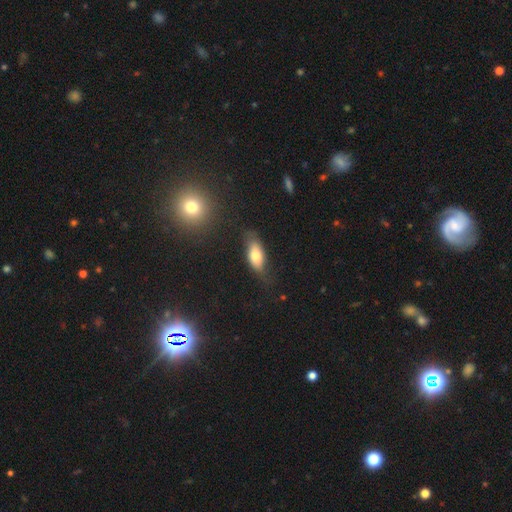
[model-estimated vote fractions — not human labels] Smooth or featured? Predicted: smooth (p=0.70). How rounded? Predicted: in between (p=0.83). Merging? Predicted: none (p=0.64).